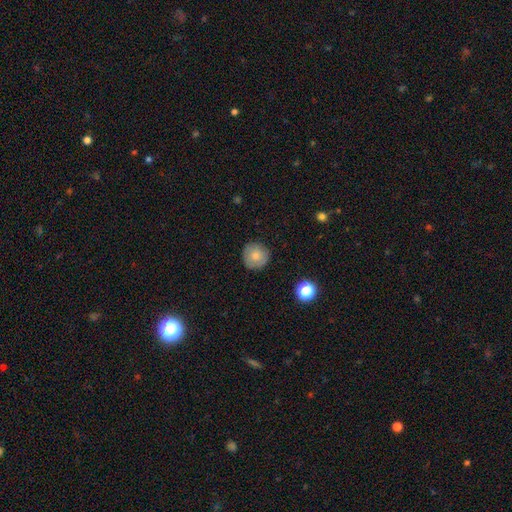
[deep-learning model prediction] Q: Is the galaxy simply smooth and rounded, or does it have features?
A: smooth — 78%.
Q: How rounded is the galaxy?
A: round — 94%.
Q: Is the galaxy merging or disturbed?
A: none — 87%.